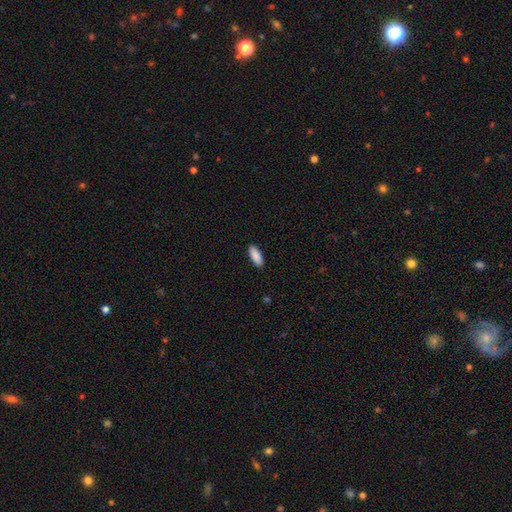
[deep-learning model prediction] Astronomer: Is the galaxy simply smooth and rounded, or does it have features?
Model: smooth — 90%.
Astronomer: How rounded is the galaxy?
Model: in between — 74%.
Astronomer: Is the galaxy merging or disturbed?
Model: none — 90%.